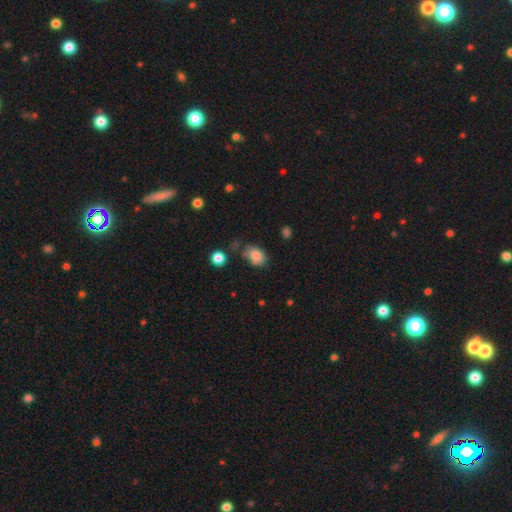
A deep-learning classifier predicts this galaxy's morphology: smooth_or_featured: smooth (p=0.83) [alt: star or artifact p=0.09]
how_rounded: in between (p=0.74) [alt: round p=0.25]
merging: none (p=0.61) [alt: minor disturbance p=0.25]